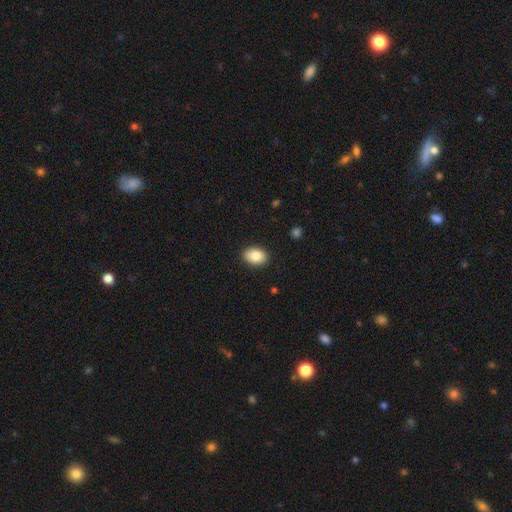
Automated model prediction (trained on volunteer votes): smooth 84%, featured or disk 9%, star or artifact 7%. Down the decision tree: how rounded — in between (81%); merging — none (89%).